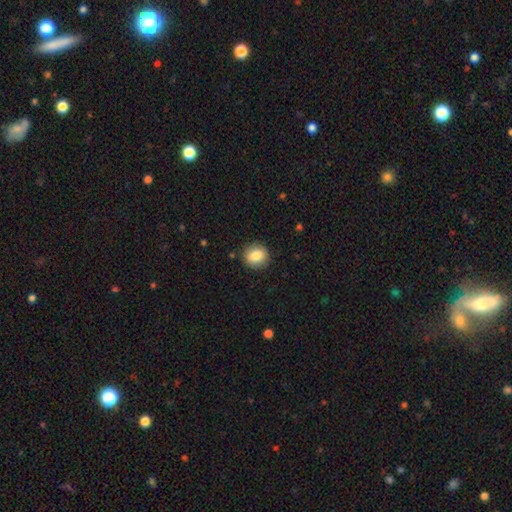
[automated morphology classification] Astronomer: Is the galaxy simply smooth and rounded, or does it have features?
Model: smooth — 84%.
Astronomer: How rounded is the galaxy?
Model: round — 86%.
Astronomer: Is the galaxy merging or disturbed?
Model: none — 89%.